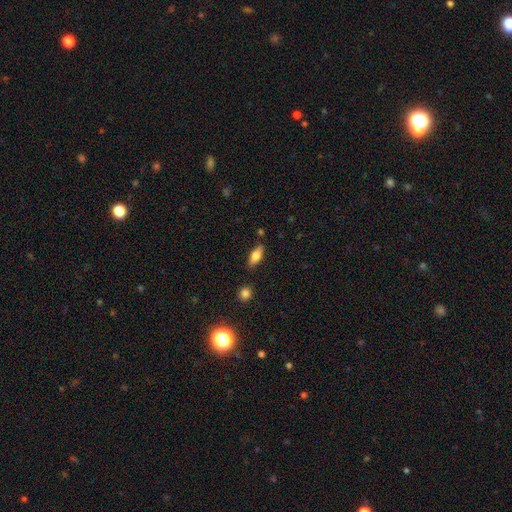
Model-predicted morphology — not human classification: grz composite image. It shows a smooth galaxy with no disk features (75%) that is in between round and cigar-shaped (77%). Merging: none (83%).